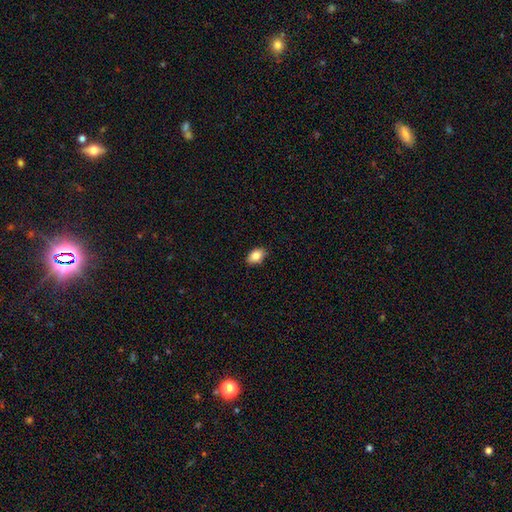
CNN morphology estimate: The model was most divided on "how rounded": in between: 84%, round: 14%, cigar-shaped: 1%. More confident: merging — none (87%); smooth or featured — smooth (84%).